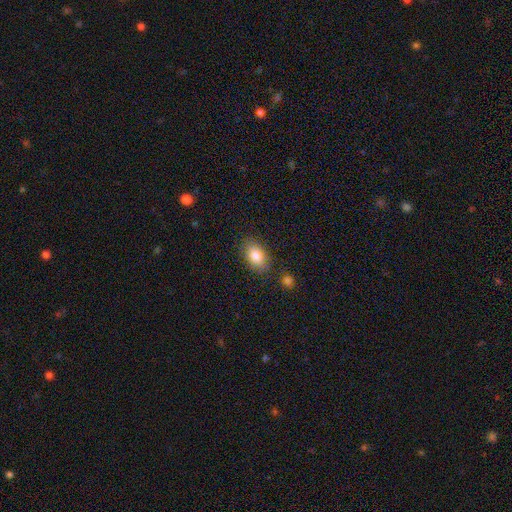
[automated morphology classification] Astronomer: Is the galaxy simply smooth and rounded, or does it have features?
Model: smooth — 84%.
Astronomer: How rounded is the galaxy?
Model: in between — 88%.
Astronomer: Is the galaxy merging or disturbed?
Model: none — 83%.